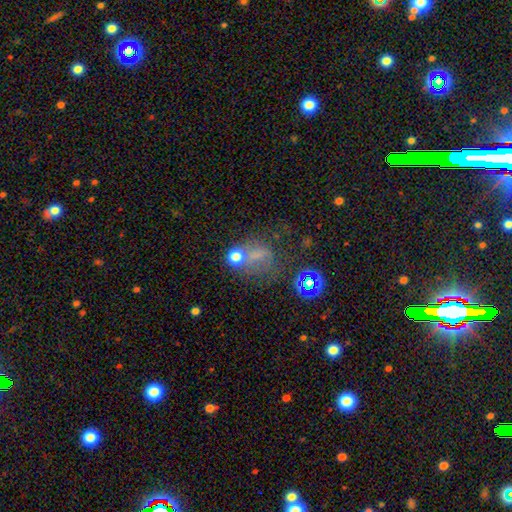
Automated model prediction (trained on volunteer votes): This appears to be a smooth galaxy with no disk features (48%). Merging: none (39%).